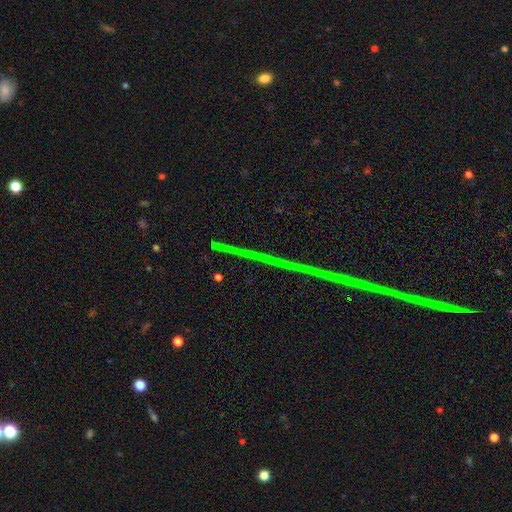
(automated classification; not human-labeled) Smooth or featured? Predicted: star or artifact (p=0.82).